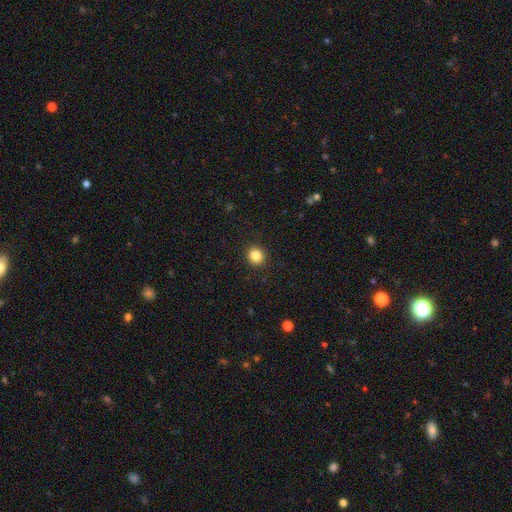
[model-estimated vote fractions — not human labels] This is clearly a smooth galaxy (84%). How rounded: clearly round (87%). Merging: clearly none (92%).